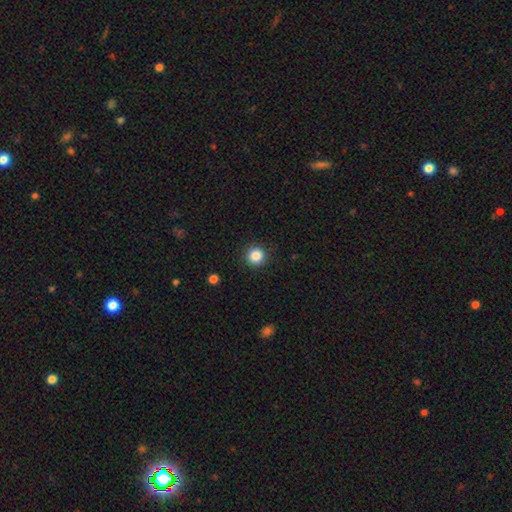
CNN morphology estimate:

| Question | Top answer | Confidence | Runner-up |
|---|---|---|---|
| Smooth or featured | smooth | 85% | star or artifact (11%) |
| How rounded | round | 95% | in between (4%) |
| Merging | none | 92% | minor disturbance (5%) |